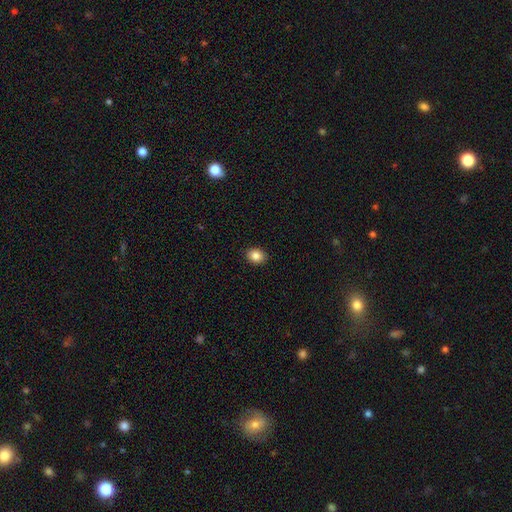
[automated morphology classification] This is clearly a smooth galaxy (85%). How rounded: possibly in between (53%). Merging: clearly none (91%).